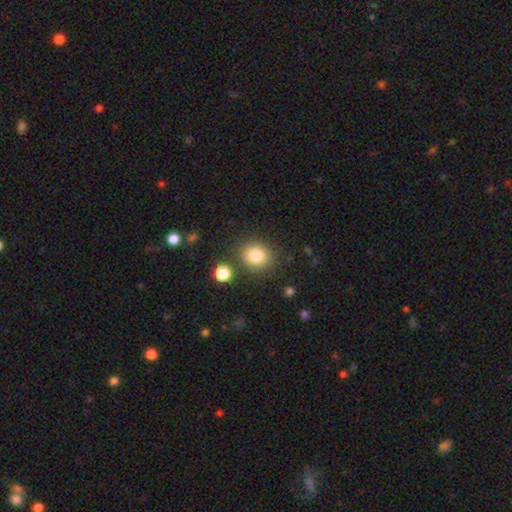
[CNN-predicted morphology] Smooth or featured: smooth — 82% (star or artifact — 10%)
How rounded: round — 73% (in between — 26%)
Merging: none — 81% (minor disturbance — 10%)